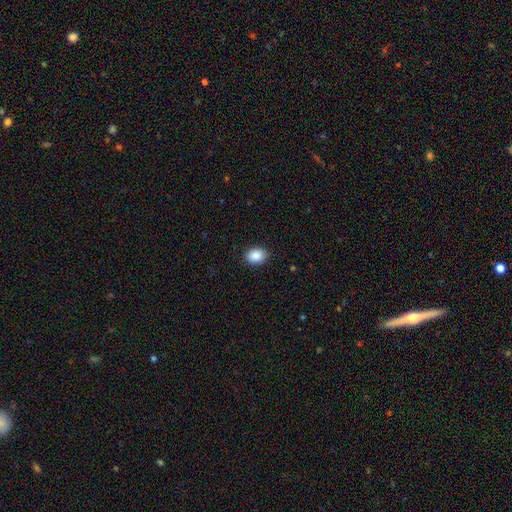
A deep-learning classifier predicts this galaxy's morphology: A smooth galaxy with no disk features (89%) that is in between round and cigar-shaped (71%).

Vote fractions:
- Smooth or featured? smooth: 89% / star or artifact: 8% / featured or disk: 3%
- How rounded? in between: 71% / round: 28% / cigar-shaped: 1%
- Merging? none: 88% / minor disturbance: 9% / major disturbance: 2% / merger: 1%